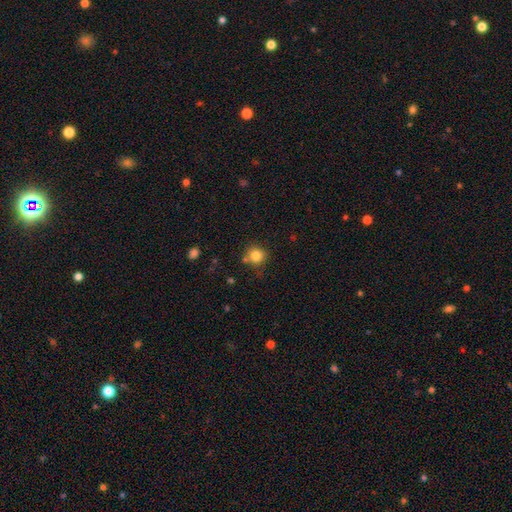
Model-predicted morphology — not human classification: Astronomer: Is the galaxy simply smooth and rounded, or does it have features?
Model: smooth — 83%.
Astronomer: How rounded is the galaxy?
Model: round — 90%.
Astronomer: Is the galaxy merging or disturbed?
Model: none — 79%.